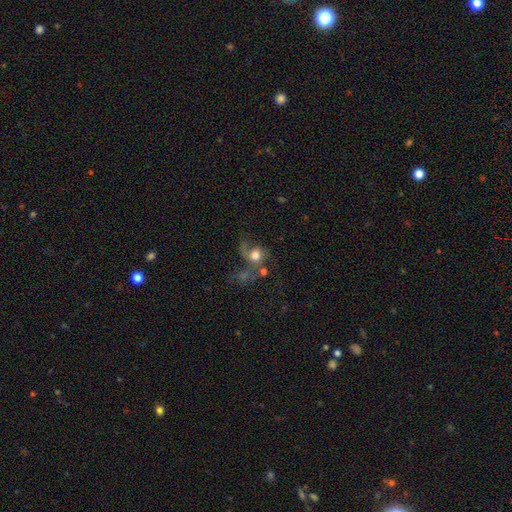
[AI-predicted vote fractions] A smooth galaxy with no disk features (52%) that is round (67%). Merging: major disturbance (33%).